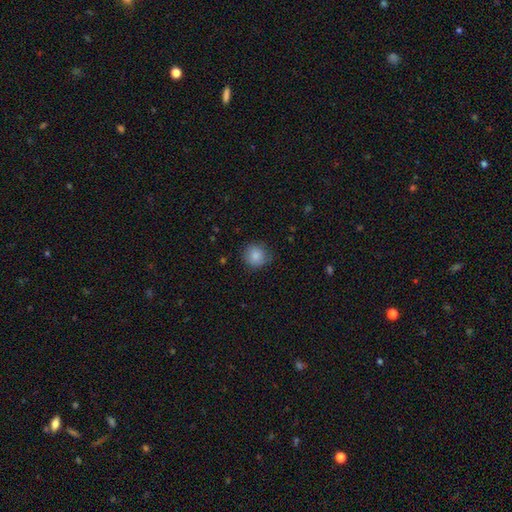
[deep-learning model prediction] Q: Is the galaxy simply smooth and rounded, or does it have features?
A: smooth — 87%.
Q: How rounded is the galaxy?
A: round — 91%.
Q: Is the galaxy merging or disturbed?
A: none — 83%.